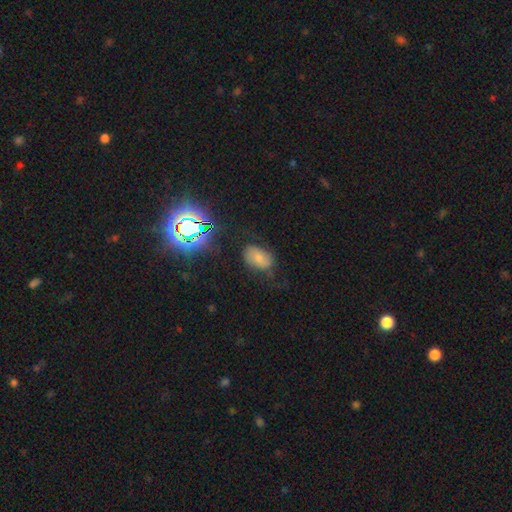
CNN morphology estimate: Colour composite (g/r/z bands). It shows a smooth galaxy with no disk features (44%). Merging: none (67%).